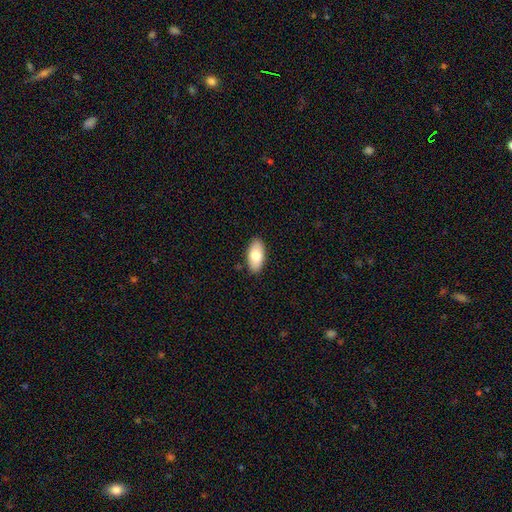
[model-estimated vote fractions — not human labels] smooth_or_featured: smooth (p=0.78) [alt: featured or disk p=0.15]
how_rounded: in between (p=0.94) [alt: cigar-shaped p=0.04]
merging: none (p=0.88) [alt: minor disturbance p=0.09]